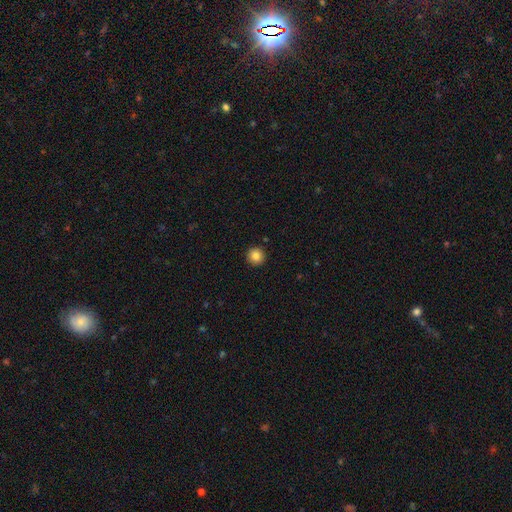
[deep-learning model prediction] This is clearly a smooth galaxy (84%). How rounded: clearly round (96%). Merging: clearly none (93%).